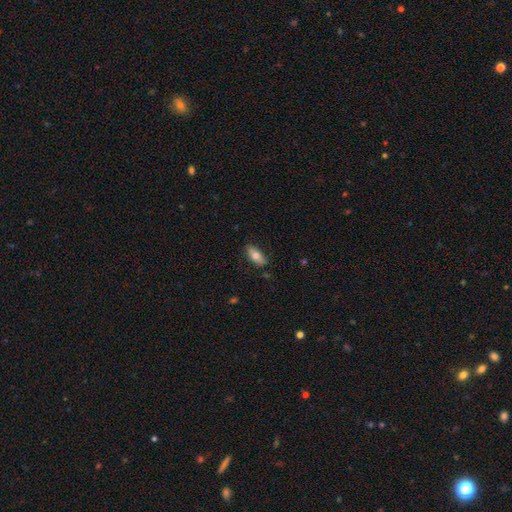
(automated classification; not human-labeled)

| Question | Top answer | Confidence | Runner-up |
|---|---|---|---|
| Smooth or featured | smooth | 72% | featured or disk (21%) |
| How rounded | in between | 80% | cigar-shaped (17%) |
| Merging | none | 84% | minor disturbance (12%) |